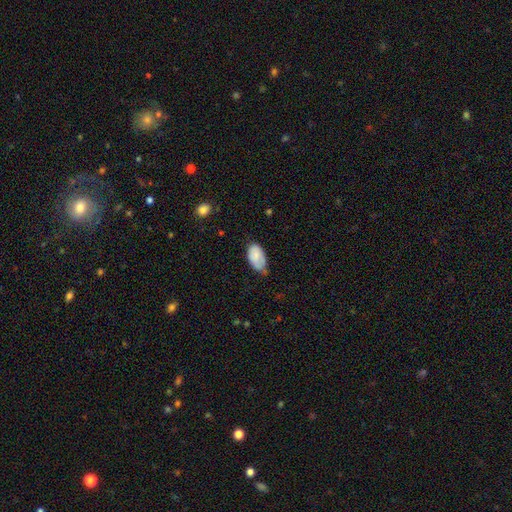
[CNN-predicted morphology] smooth-or-featured: smooth: 79% | featured or disk: 15% | star or artifact: 7%
  how-rounded: in between: 94% | round: 4% | cigar-shaped: 2%
  merging: none: 53% | minor disturbance: 38% | major disturbance: 7% | merger: 2%